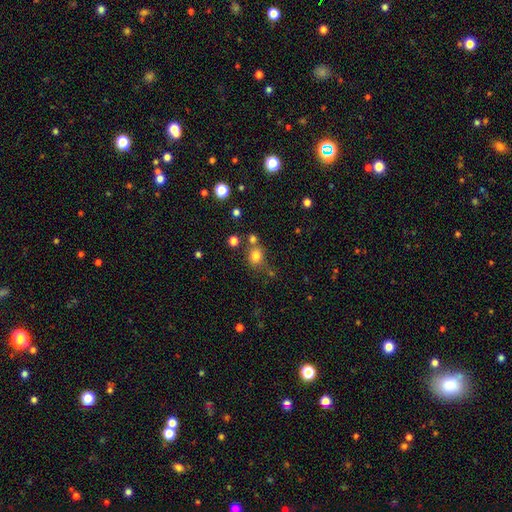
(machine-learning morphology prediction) Smooth or featured? Predicted: smooth (p=0.79). How rounded? Predicted: round (p=0.67). Merging? Predicted: none (p=0.62).